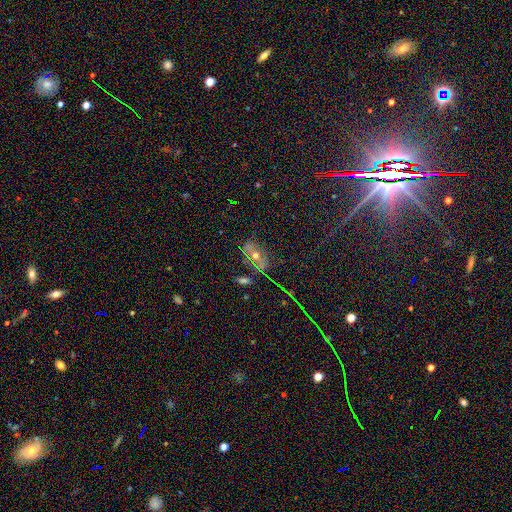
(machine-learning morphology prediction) The model was most divided on "smooth or featured": star or artifact: 36%, smooth: 35%, featured or disk: 29%.